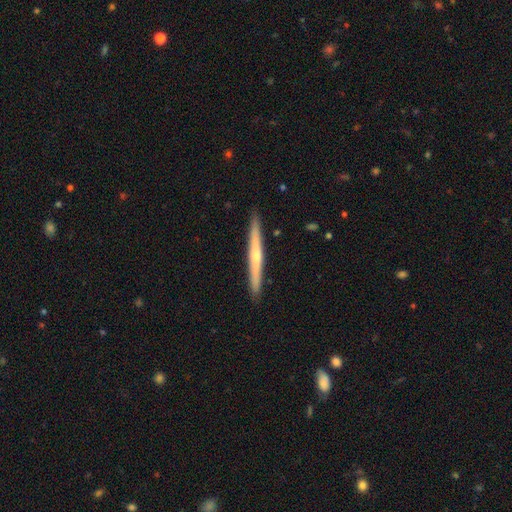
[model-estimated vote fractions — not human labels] This appears to be a featured or disk galaxy (57%) viewed edge-on (97%) with a rounded central bulge (48%). Merging: none (91%).